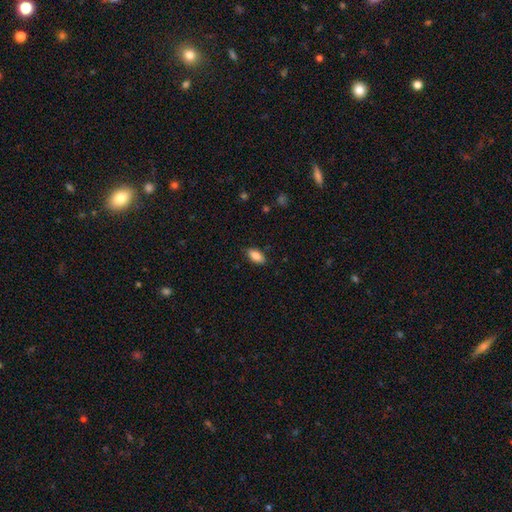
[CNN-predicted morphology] Smooth or featured? smooth (85%)
How rounded? in between (89%)
Merging? none (85%)